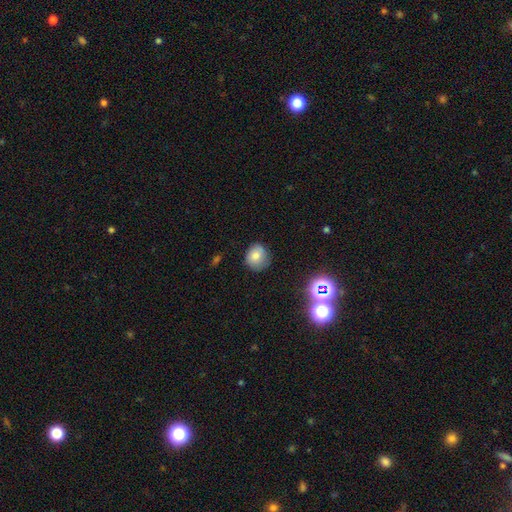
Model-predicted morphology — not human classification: Smooth or featured? smooth (75%)
How rounded? round (80%)
Merging? none (73%)